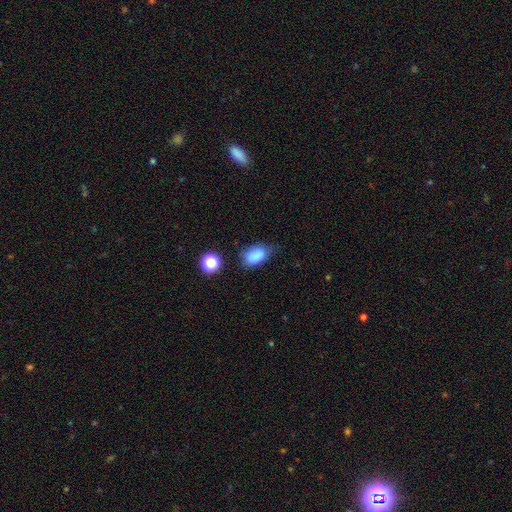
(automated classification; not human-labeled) A smooth galaxy with no disk features (85%) that is in between round and cigar-shaped (86%).

Vote fractions:
- Smooth or featured? smooth: 85% / star or artifact: 10% / featured or disk: 5%
- How rounded? in between: 86% / round: 13% / cigar-shaped: 2%
- Merging? none: 62% / minor disturbance: 27% / major disturbance: 7% / merger: 4%